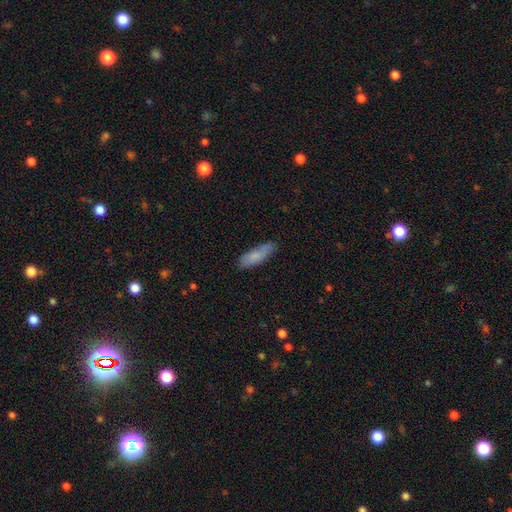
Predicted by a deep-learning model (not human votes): Smooth or featured? Predicted: smooth (p=0.79). How rounded? Predicted: in between (p=0.51). Merging? Predicted: none (p=0.80).